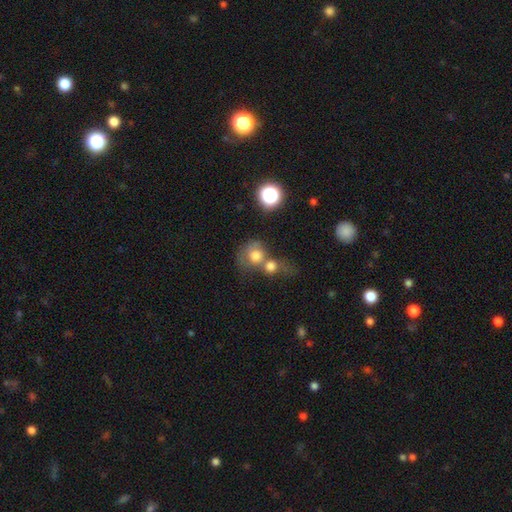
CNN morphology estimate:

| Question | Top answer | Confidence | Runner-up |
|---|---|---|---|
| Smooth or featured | smooth | 71% | featured or disk (17%) |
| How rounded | round | 76% | in between (23%) |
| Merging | merger | 57% | none (24%) |